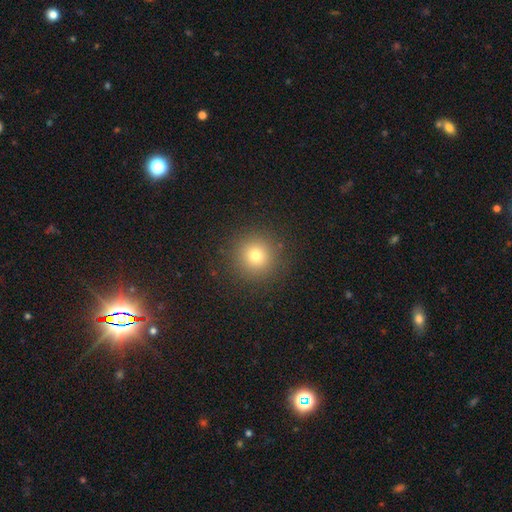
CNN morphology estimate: type=smooth (75%); roundness=round (94%); merging=none (90%).